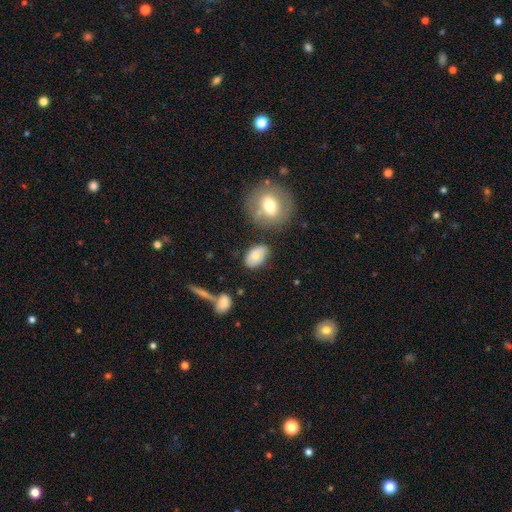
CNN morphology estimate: smooth 76%, featured or disk 16%, star or artifact 8%. Down the decision tree: how rounded — in between (86%); merging — none (71%).